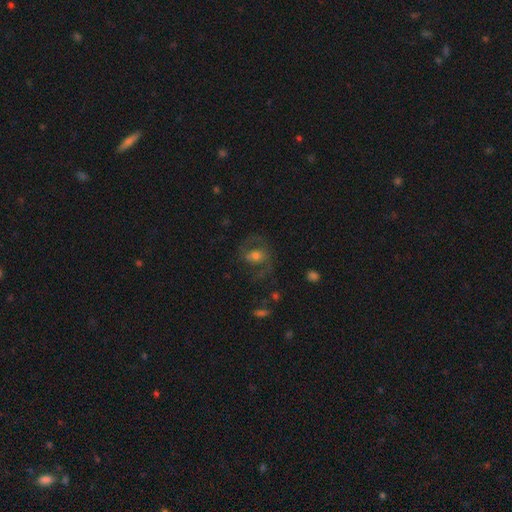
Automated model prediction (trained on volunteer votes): Q: Smooth or featured?
A: featured or disk (60%); runner-up: smooth (29%)
Q: Edge-on disk?
A: no (96%); runner-up: yes (4%)
Q: Bar?
A: no (49%); runner-up: weak (37%)
Q: Spiral arms?
A: yes (77%); runner-up: no (23%)
Q: Bulge size?
A: moderate (60%); runner-up: small (20%)
Q: Merging?
A: none (63%); runner-up: major disturbance (18%)